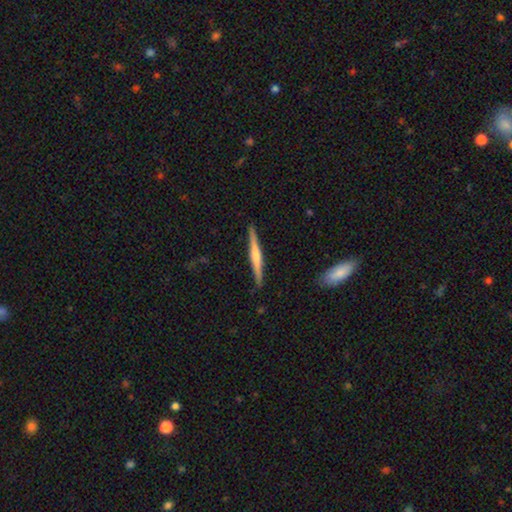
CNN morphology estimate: This appears to be a featured or disk galaxy (59%) viewed edge-on (98%) with a rounded central bulge (51%). Merging: none (89%).